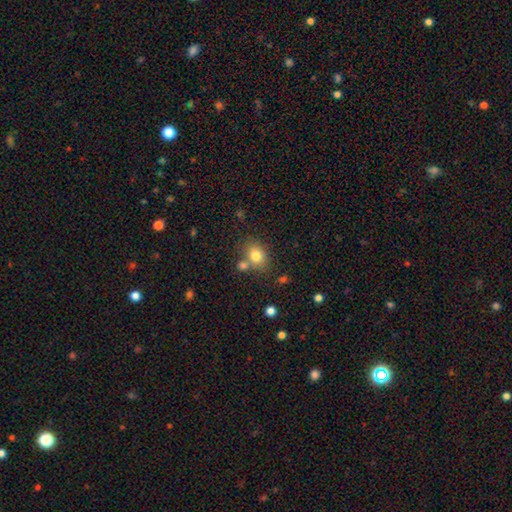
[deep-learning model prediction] smooth-or-featured: smooth: 79% | star or artifact: 11% | featured or disk: 10%
  how-rounded: round: 53% | in between: 47% | cigar-shaped: 1%
  merging: none: 64% | merger: 20% | minor disturbance: 12% | major disturbance: 4%